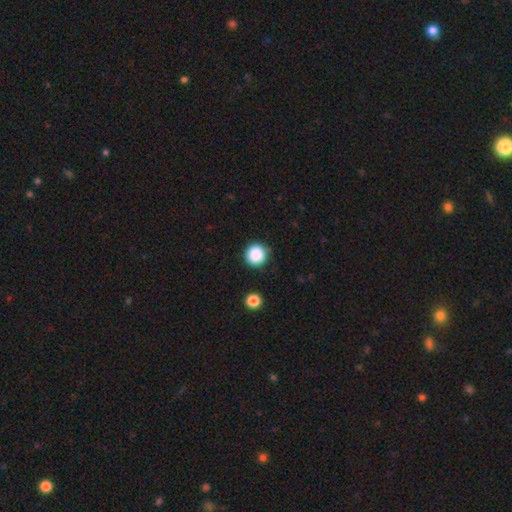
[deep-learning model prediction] Smooth or featured: smooth — 87% (star or artifact — 10%)
How rounded: round — 96% (in between — 3%)
Merging: none — 89% (minor disturbance — 7%)